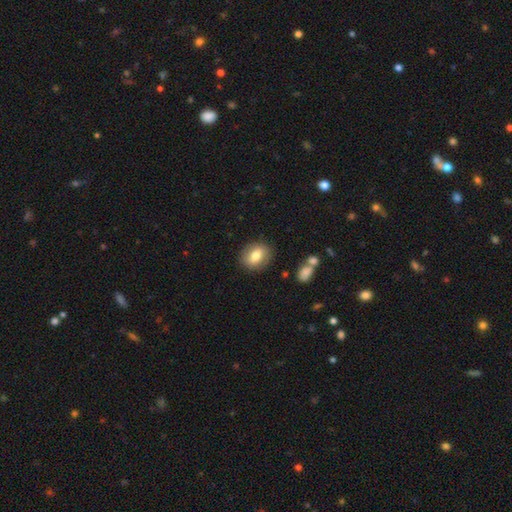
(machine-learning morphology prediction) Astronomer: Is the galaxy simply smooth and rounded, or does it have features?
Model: smooth — 74%.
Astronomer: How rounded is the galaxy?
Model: in between — 53% (runner-up: round, 46%).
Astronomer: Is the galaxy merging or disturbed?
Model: none — 86%.